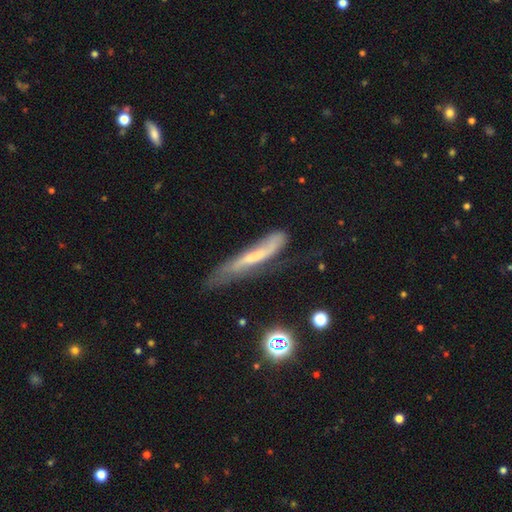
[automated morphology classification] type=featured or disk (54%); edge-on=yes (53%); merging=none (43%).